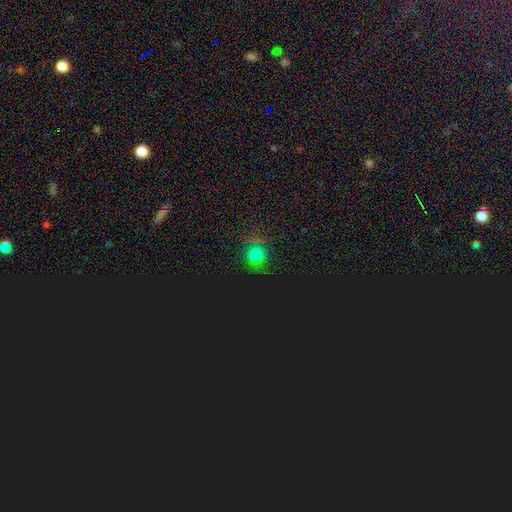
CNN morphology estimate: A smooth galaxy with no disk features (52%) that is round (85%).

Vote fractions:
- Smooth or featured? smooth: 52% / star or artifact: 39% / featured or disk: 9%
- How rounded? round: 85% / in between: 13% / cigar-shaped: 2%
- Merging? none: 76% / minor disturbance: 14% / major disturbance: 7% / merger: 4%